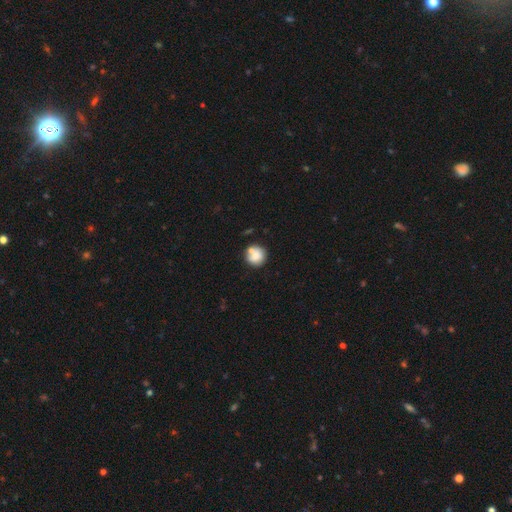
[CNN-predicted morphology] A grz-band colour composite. It shows a smooth galaxy with no disk features (73%) that is round (88%). Merging: none (58%).